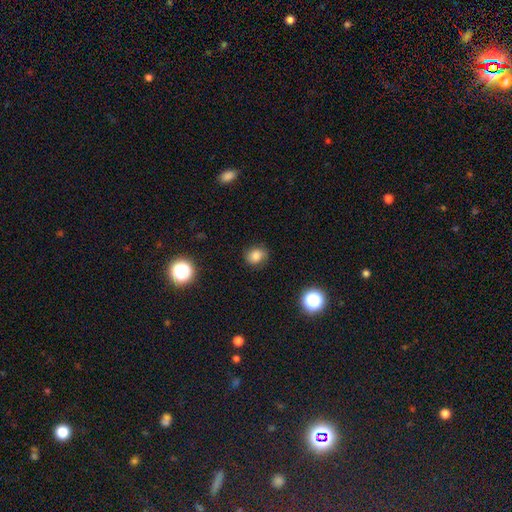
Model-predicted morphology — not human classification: smooth-or-featured: smooth: 77% | star or artifact: 15% | featured or disk: 8%
  how-rounded: round: 68% | in between: 31% | cigar-shaped: 1%
  merging: none: 80% | minor disturbance: 15% | major disturbance: 4% | merger: 1%